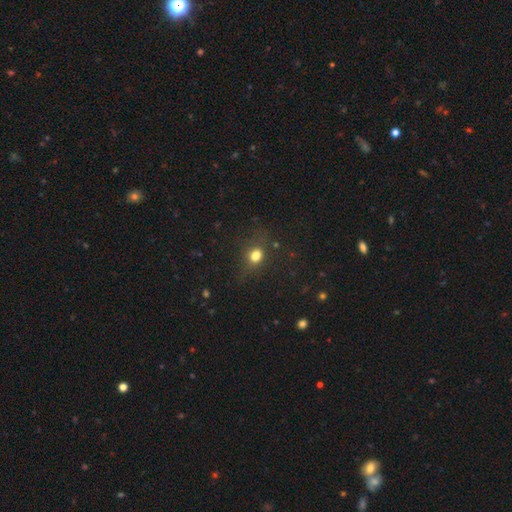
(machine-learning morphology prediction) This appears to be a smooth galaxy with no disk features (69%) that is round (54%). Merging: none (70%).